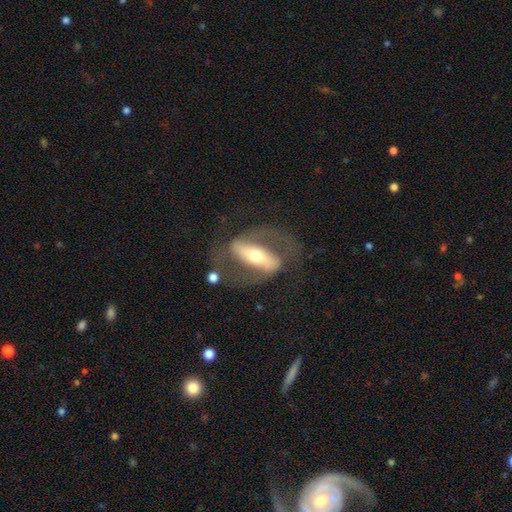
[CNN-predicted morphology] featured or disk 83%, smooth 12%, star or artifact 5%. Down the decision tree: edge-on disk — no (90%); bar — strong (69%); spiral arms — yes (88%); spiral arm count — 2 (89%); spiral winding — medium (51%); bulge size — moderate (50%); merging — none (67%).